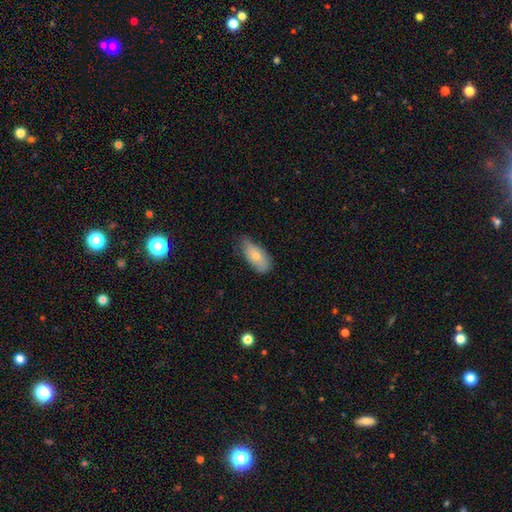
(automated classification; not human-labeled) Overall: smooth (73%). How rounded: in between (90%). Merging: none (56%; minor disturbance 36%).